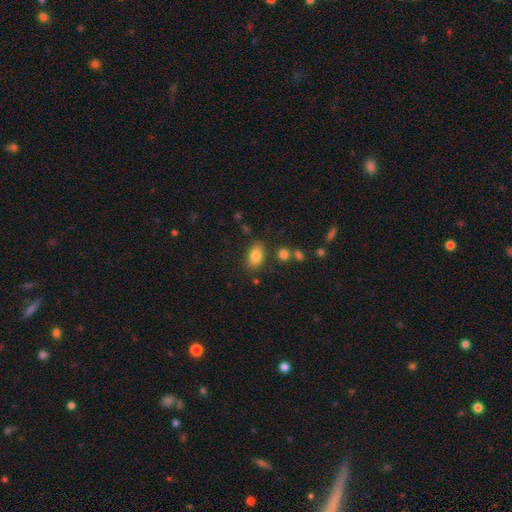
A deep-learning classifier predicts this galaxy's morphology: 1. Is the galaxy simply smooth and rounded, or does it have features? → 83% smooth, 9% star or artifact, 8% featured or disk.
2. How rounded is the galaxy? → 88% in between, 9% round, 3% cigar-shaped.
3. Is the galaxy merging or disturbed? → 80% none, 12% minor disturbance, 4% merger, 3% major disturbance.